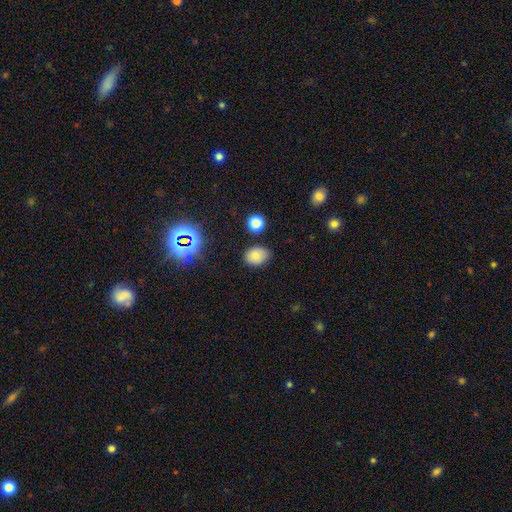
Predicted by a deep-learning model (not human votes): smooth 77%, star or artifact 15%, featured or disk 8%. Down the decision tree: how rounded — in between (66%); merging — none (78%).